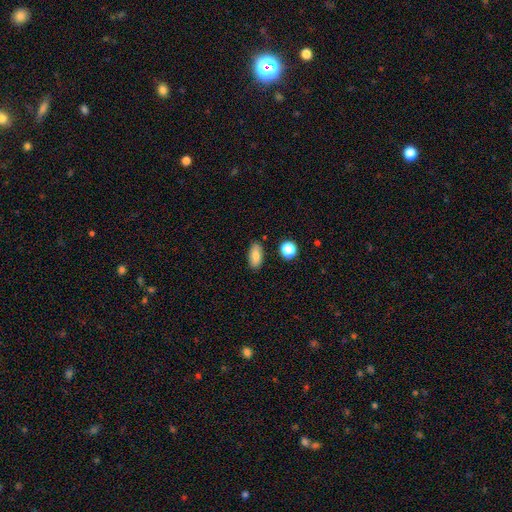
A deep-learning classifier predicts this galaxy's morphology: Smooth or featured? smooth (82%)
How rounded? in between (88%)
Merging? none (86%)